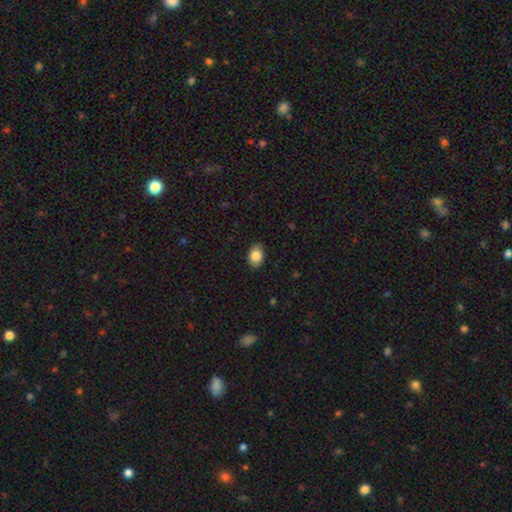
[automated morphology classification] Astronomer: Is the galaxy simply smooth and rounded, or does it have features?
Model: smooth — 86%.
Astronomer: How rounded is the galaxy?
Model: in between — 82%.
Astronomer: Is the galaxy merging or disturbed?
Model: none — 86%.